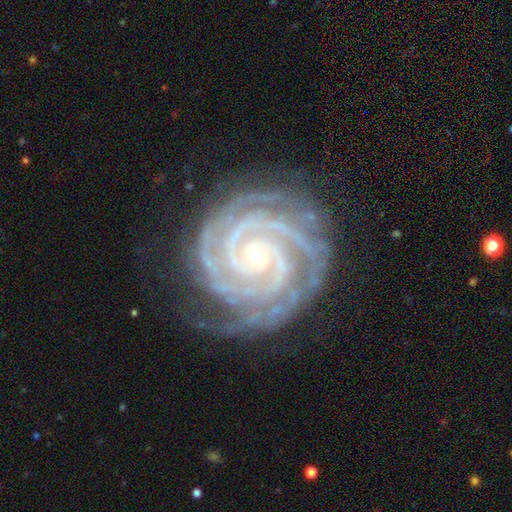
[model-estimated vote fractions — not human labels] This appears to be a featured or disk galaxy (94%) with no bar (67%), 2 (39%) tight (86%) spiral arms (99%) and a small central bulge (85%). Merging: none (77%).